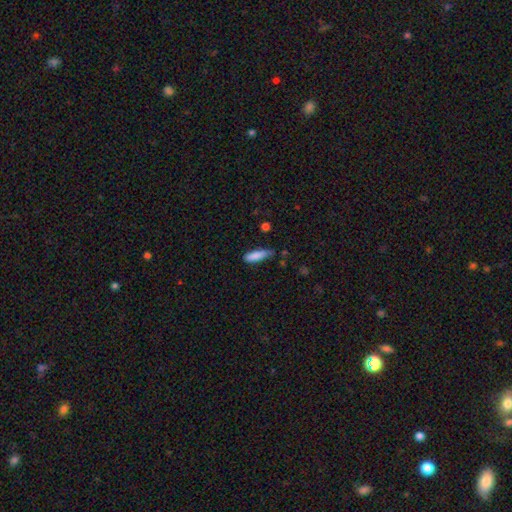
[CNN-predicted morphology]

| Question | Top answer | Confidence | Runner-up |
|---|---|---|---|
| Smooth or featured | smooth | 85% | featured or disk (8%) |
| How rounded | cigar-shaped | 60% | in between (38%) |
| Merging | none | 61% | minor disturbance (30%) |